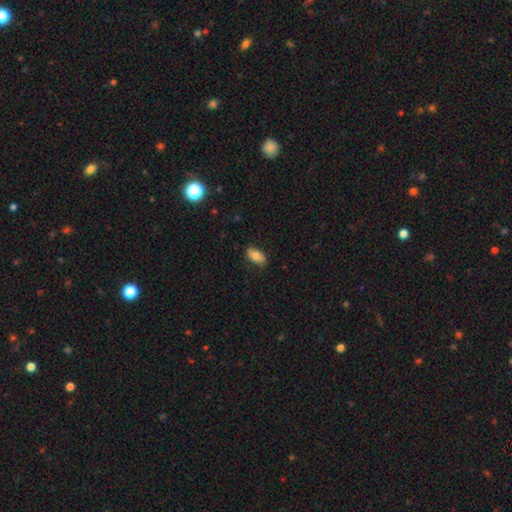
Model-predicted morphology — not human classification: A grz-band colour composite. It shows a smooth galaxy with no disk features (79%) that is in between round and cigar-shaped (92%). Merging: none (82%).